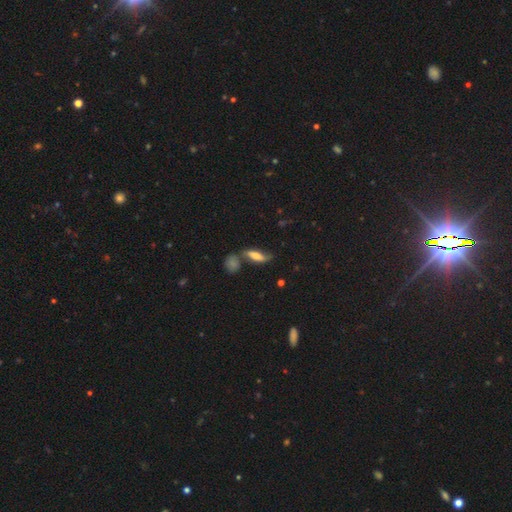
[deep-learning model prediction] Smooth or featured: smooth — 52% (featured or disk — 38%)
How rounded: in between — 58% (cigar-shaped — 38%)
Merging: none — 53% (minor disturbance — 21%)